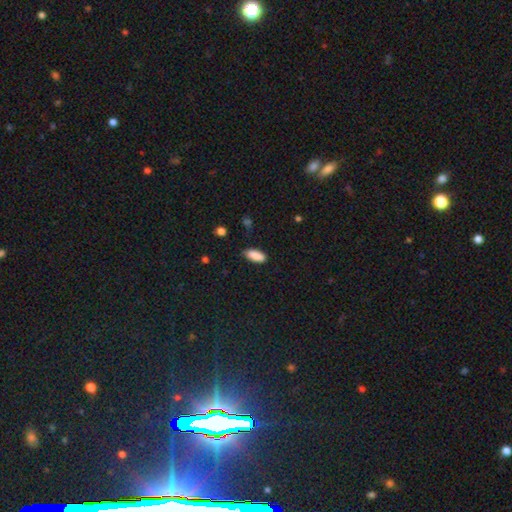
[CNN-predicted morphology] Smooth or featured: smooth — 88% (star or artifact — 7%)
How rounded: in between — 84% (cigar-shaped — 13%)
Merging: none — 75% (minor disturbance — 20%)